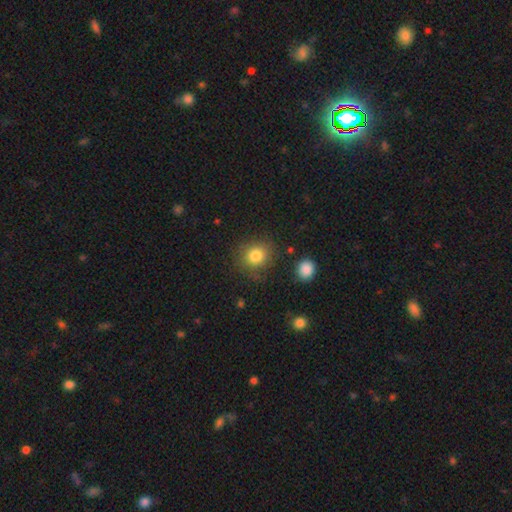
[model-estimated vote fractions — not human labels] Smooth or featured?
  - smooth: 82% *
  - star or artifact: 11%
  - featured or disk: 7%
How rounded?
  - round: 80% *
  - in between: 19%
  - cigar-shaped: 1%
Merging?
  - none: 81% *
  - minor disturbance: 12%
  - major disturbance: 4%
  - merger: 3%